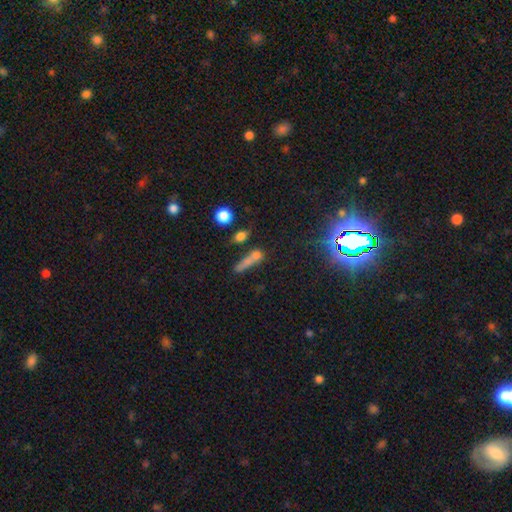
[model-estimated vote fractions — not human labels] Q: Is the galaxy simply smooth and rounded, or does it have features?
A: smooth — 64%.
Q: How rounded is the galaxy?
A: cigar-shaped — 63%.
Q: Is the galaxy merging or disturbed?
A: none — 45%.